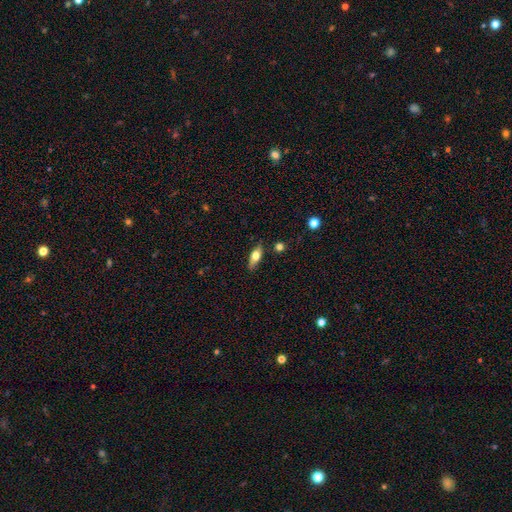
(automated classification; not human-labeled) Smooth or featured?
  - smooth: 61% *
  - featured or disk: 31%
  - star or artifact: 7%
How rounded?
  - in between: 69% *
  - cigar-shaped: 27%
  - round: 4%
Merging?
  - none: 79% *
  - minor disturbance: 15%
  - major disturbance: 3%
  - merger: 2%